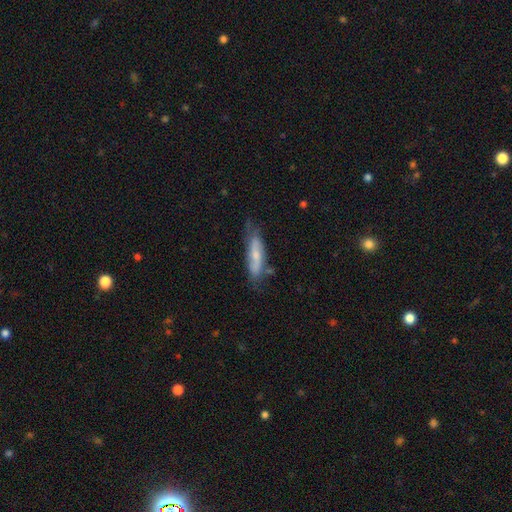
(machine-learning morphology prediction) Smooth or featured: featured or disk — 50% (smooth — 44%)
Merging: none — 61% (minor disturbance — 28%)